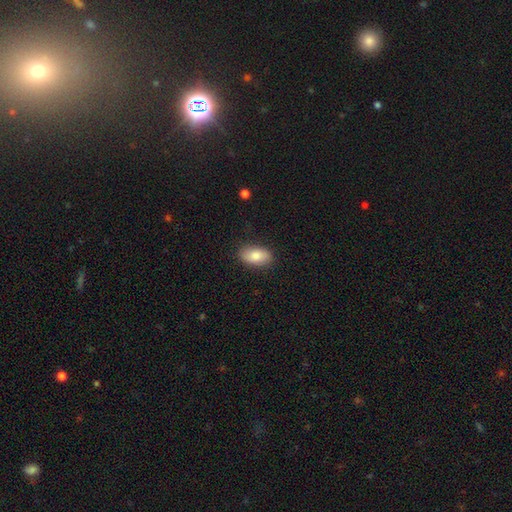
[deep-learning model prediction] This appears to be a smooth galaxy with no disk features (83%) that is in between round and cigar-shaped (92%). Merging: none (86%).